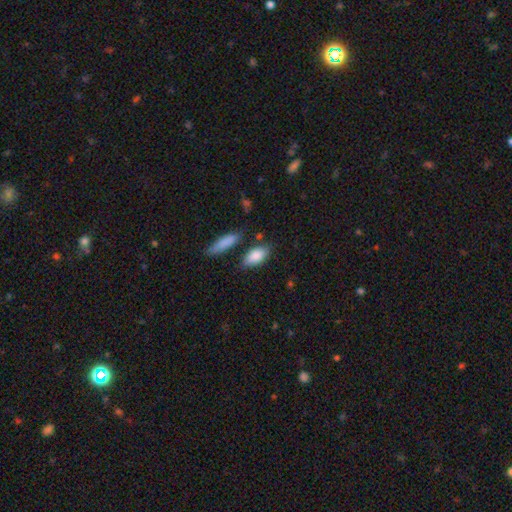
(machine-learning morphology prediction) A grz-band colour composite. It shows a smooth galaxy with no disk features (86%) that is in between round and cigar-shaped (87%). Merging: none (72%).